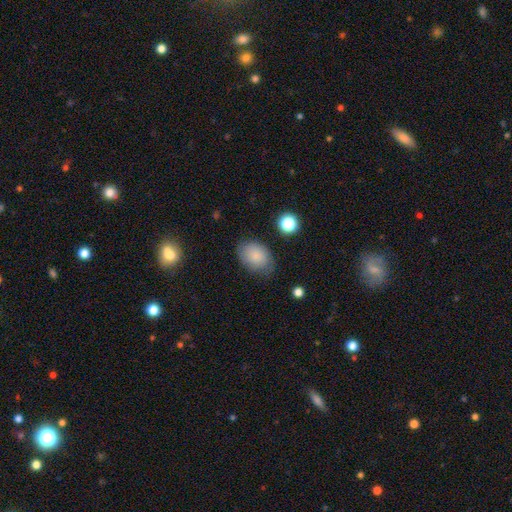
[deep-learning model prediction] Smooth or featured? smooth (84%)
How rounded? in between (76%)
Merging? none (72%)